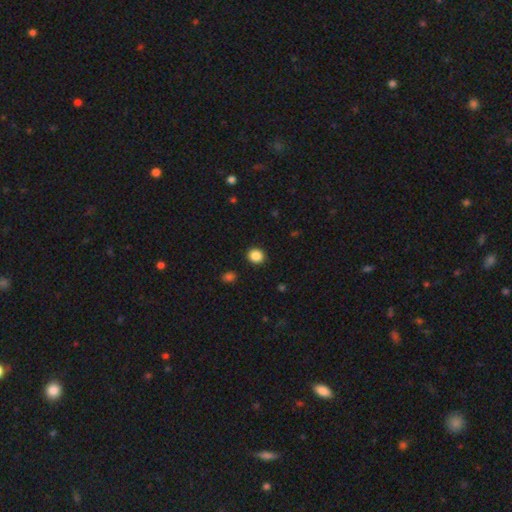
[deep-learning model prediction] The model was most divided on "how rounded": round: 79%, in between: 20%, cigar-shaped: 1%. More confident: merging — none (92%); smooth or featured — smooth (87%).